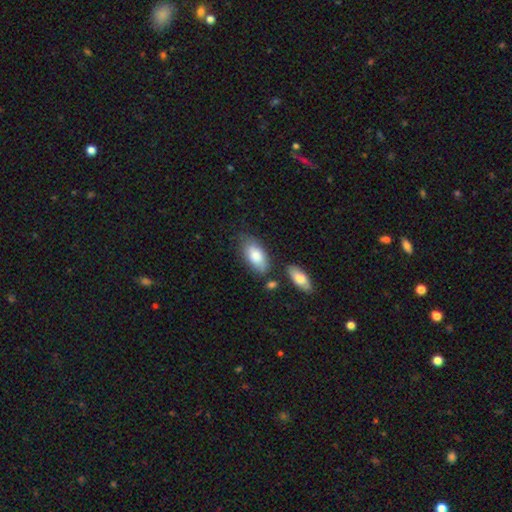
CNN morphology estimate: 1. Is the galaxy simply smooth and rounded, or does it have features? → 80% smooth, 14% featured or disk, 6% star or artifact.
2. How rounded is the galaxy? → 93% in between, 4% cigar-shaped, 3% round.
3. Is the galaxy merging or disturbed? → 63% none, 22% minor disturbance, 9% merger, 6% major disturbance.